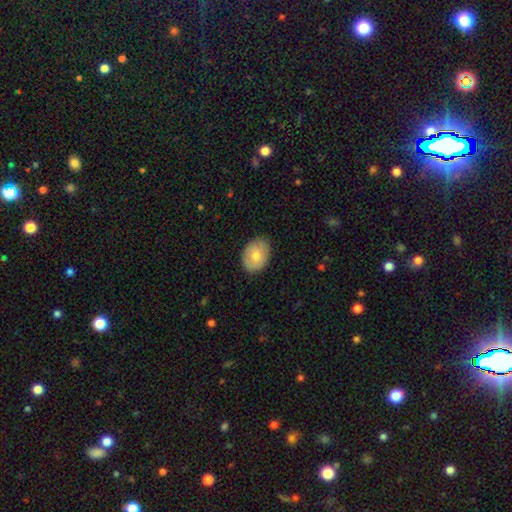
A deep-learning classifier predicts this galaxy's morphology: This appears to be a smooth galaxy with no disk features (71%) that is in between round and cigar-shaped (66%). Merging: none (83%).